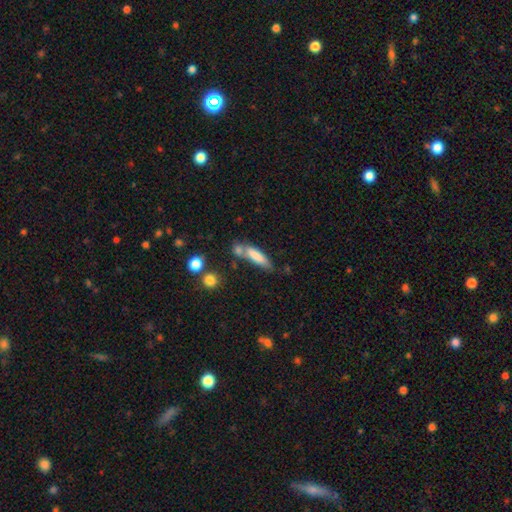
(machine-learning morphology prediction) A smooth galaxy with no disk features (77%) that is cigar-shaped (65%).

Vote fractions:
- Smooth or featured? smooth: 77% / featured or disk: 15% / star or artifact: 7%
- How rounded? cigar-shaped: 65% / in between: 33% / round: 2%
- Merging? none: 52% / merger: 22% / minor disturbance: 20% / major disturbance: 7%